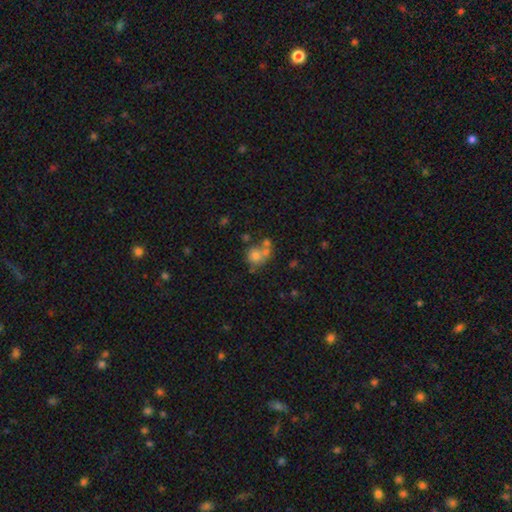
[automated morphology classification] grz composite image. It shows a smooth galaxy with no disk features (68%) that is round (79%). Merging: merger (47%).